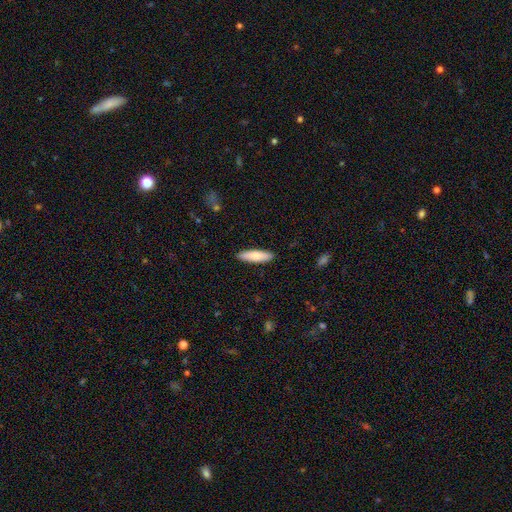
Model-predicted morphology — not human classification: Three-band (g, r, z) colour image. It shows a smooth galaxy with no disk features (76%) that is cigar-shaped (63%). Merging: none (90%).